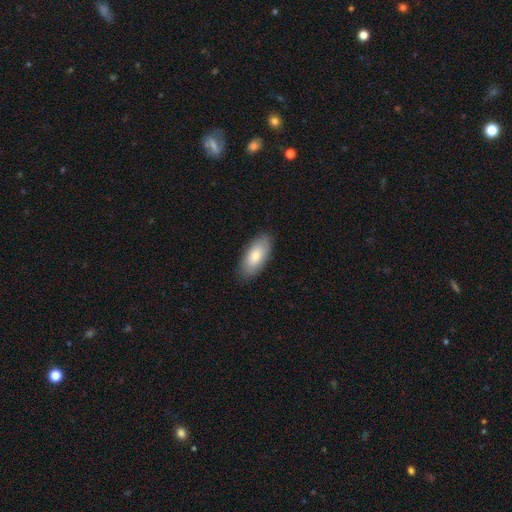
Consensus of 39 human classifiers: Smooth or featured: smooth — 77% (featured or disk — 21%)
How rounded: in between — 90% (cigar-shaped — 7%)
Merging: none — 84% (minor disturbance — 13%)